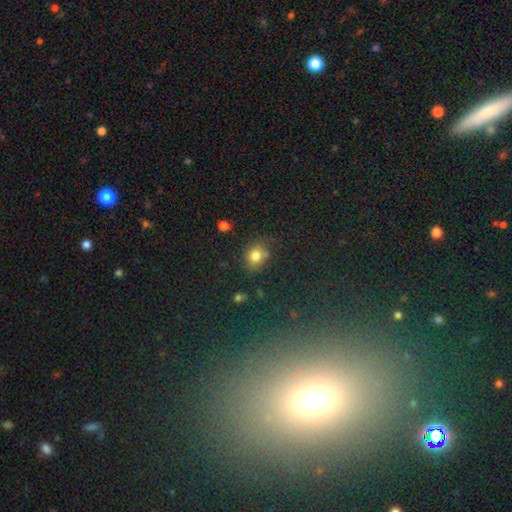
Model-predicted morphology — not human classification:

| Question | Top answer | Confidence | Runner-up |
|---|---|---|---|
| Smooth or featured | smooth | 79% | star or artifact (13%) |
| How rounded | in between | 50% | round (48%) |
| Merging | none | 69% | minor disturbance (19%) |